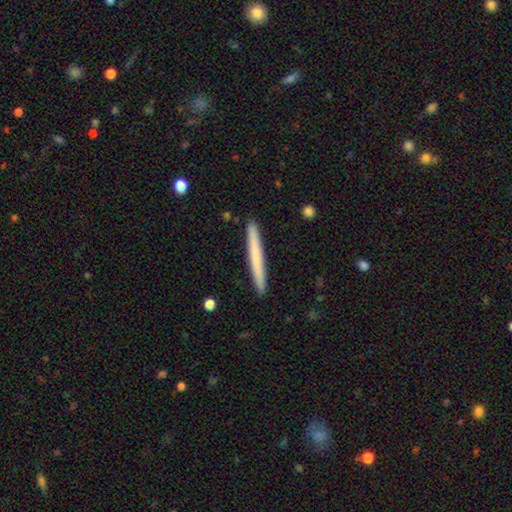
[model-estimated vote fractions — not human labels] smooth_or_featured: smooth (p=0.67) [alt: featured or disk p=0.27]
how_rounded: cigar-shaped (p=0.97) [alt: in between p=0.02]
merging: none (p=0.92) [alt: minor disturbance p=0.06]